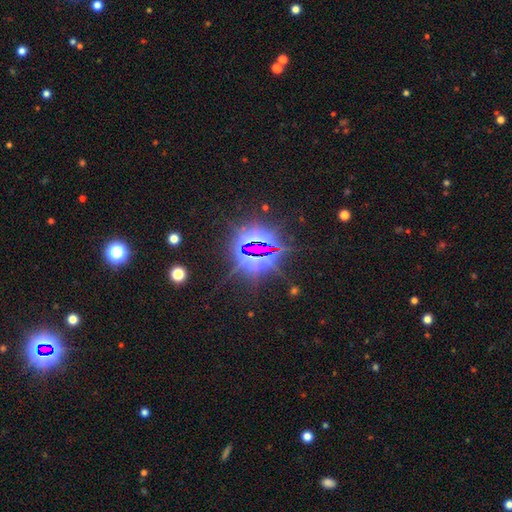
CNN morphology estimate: Smooth or featured? Predicted: star or artifact (p=0.85).